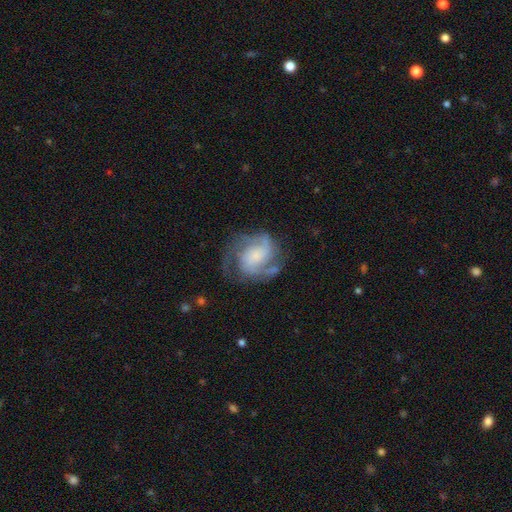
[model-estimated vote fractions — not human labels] Smooth or featured?
  - featured or disk: 83% *
  - smooth: 10%
  - star or artifact: 6%
Edge-on disk?
  - no: 98% *
  - yes: 2%
Bar?
  - no: 61% *
  - weak: 31%
  - strong: 8%
Spiral arms?
  - yes: 95% *
  - no: 5%
Spiral winding?
  - medium: 50% *
  - tight: 34%
  - loose: 16%
Spiral arm count?
  - 2: 52% *
  - 3: 23%
  - can't tell: 12%
  - 4: 5%
  - 1: 4%
  - more than 4: 4%
Bulge size?
  - small: 39% *
  - moderate: 22%
  - none: 21%
  - large: 15%
  - dominant: 3%
Merging?
  - none: 64% *
  - minor disturbance: 19%
  - major disturbance: 15%
  - merger: 2%